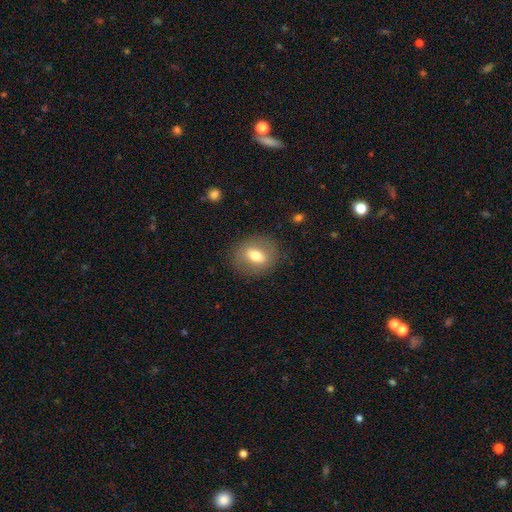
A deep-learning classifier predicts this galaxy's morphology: A smooth galaxy with no disk features (65%) that is in between round and cigar-shaped (51%). Merging: none (84%).